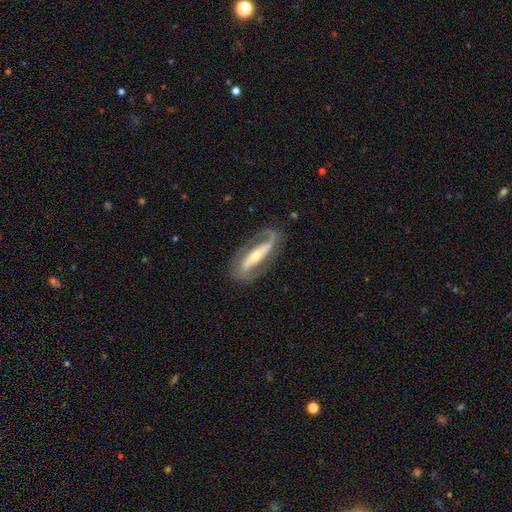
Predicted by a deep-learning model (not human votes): Smooth or featured: featured or disk — 86% (smooth — 9%)
Edge-on disk: no — 86% (yes — 14%)
Bar: strong — 68% (weak — 16%)
Spiral arms: yes — 91% (no — 9%)
Spiral winding: medium — 44% (tight — 29%)
Spiral arm count: 2 — 86% (1 — 6%)
Bulge size: small — 53% (moderate — 41%)
Merging: none — 78% (minor disturbance — 13%)